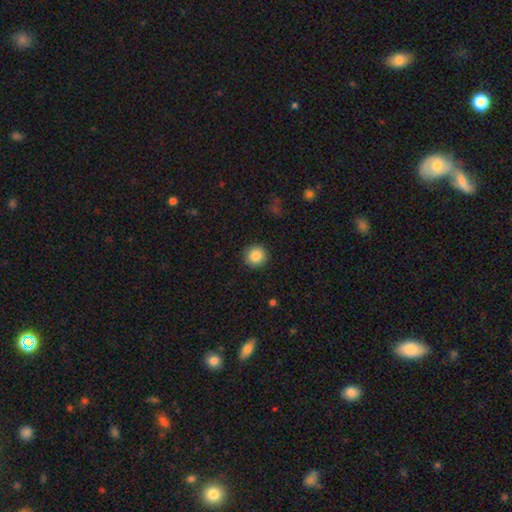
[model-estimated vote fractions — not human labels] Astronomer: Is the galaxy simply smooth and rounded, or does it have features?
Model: smooth — 87%.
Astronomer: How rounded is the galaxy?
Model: round — 94%.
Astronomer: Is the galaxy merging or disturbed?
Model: none — 92%.